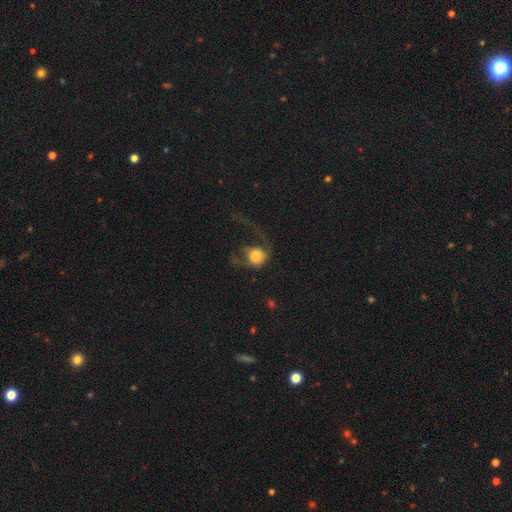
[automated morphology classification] smooth_or_featured: smooth (p=0.65) [alt: featured or disk p=0.26]
how_rounded: round (p=0.69) [alt: in between p=0.29]
merging: major disturbance (p=0.63) [alt: none p=0.20]